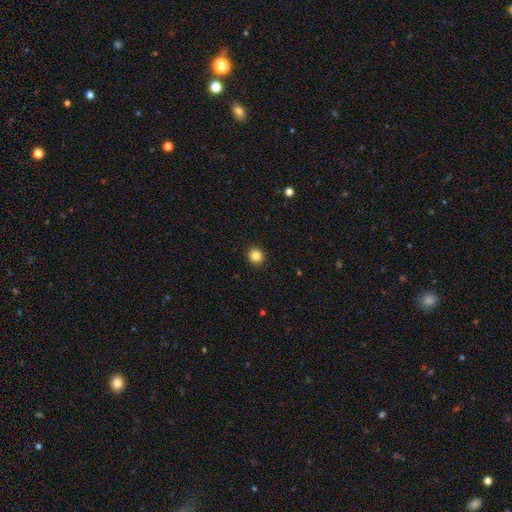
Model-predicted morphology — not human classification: smooth 85%, star or artifact 11%, featured or disk 4%. Down the decision tree: how rounded — round (83%); merging — none (92%).